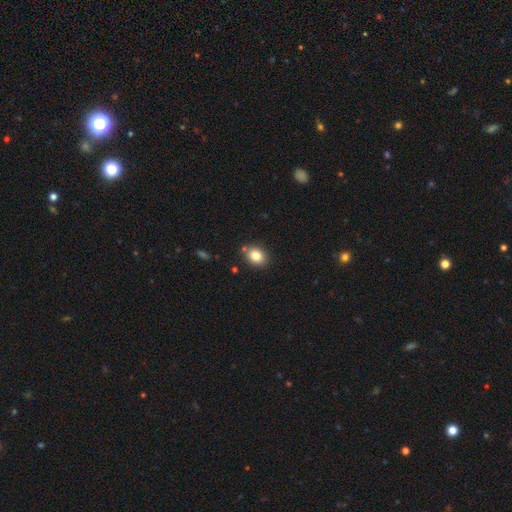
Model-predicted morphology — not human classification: Smooth or featured?
  - smooth: 83% *
  - star or artifact: 10%
  - featured or disk: 7%
How rounded?
  - round: 54% *
  - in between: 45%
  - cigar-shaped: 1%
Merging?
  - none: 82% *
  - minor disturbance: 10%
  - merger: 5%
  - major disturbance: 3%